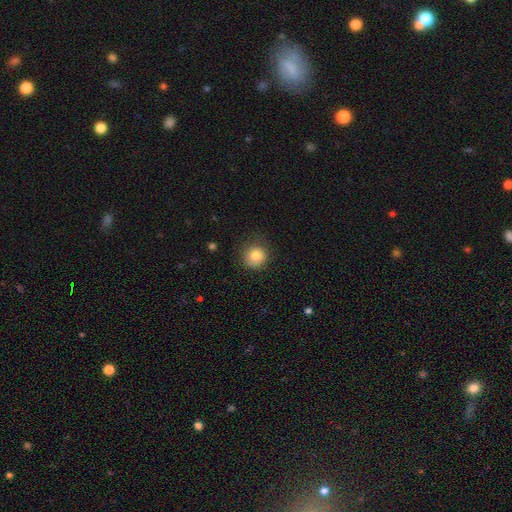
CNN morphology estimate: smooth_or_featured: smooth (p=0.84) [alt: star or artifact p=0.09]
how_rounded: round (p=0.89) [alt: in between p=0.10]
merging: none (p=0.76) [alt: minor disturbance p=0.18]